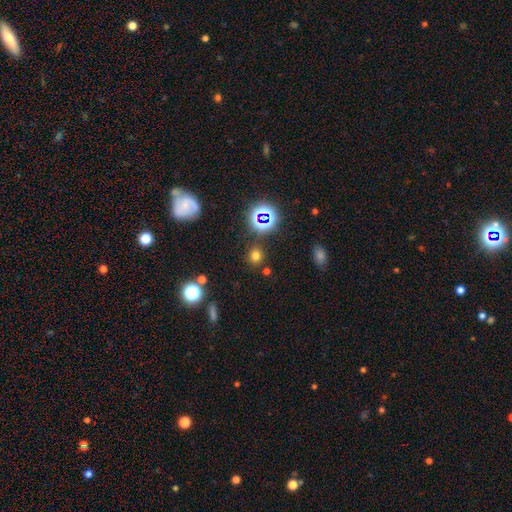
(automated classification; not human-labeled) Smooth or featured? Predicted: smooth (p=0.67). How rounded? Predicted: round (p=0.85). Merging? Predicted: none (p=0.84).